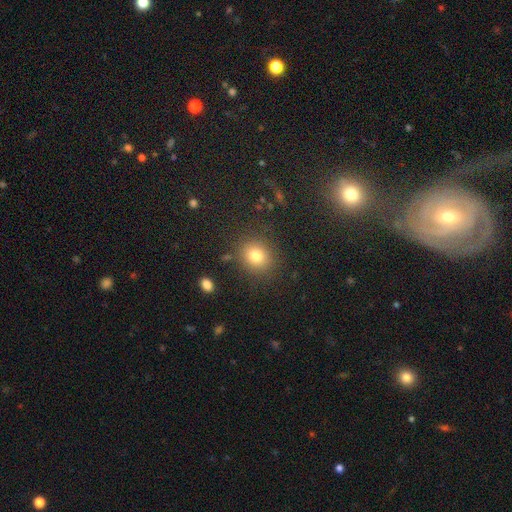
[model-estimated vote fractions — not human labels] This is likely a smooth galaxy (79%). How rounded: likely round (75%). Merging: clearly none (85%).